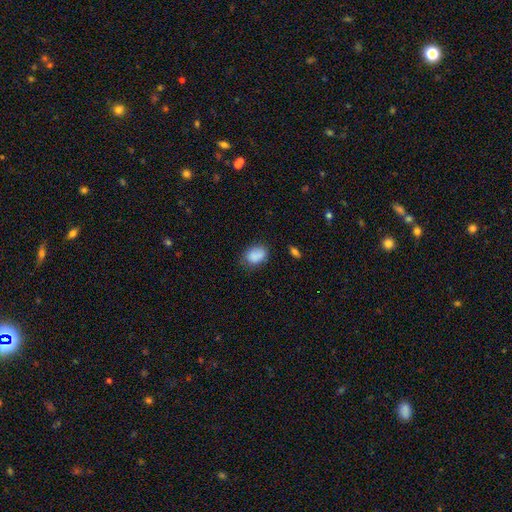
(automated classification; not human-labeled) Q: Smooth or featured?
A: smooth (85%); runner-up: star or artifact (9%)
Q: How rounded?
A: in between (75%); runner-up: round (24%)
Q: Merging?
A: none (67%); runner-up: minor disturbance (23%)